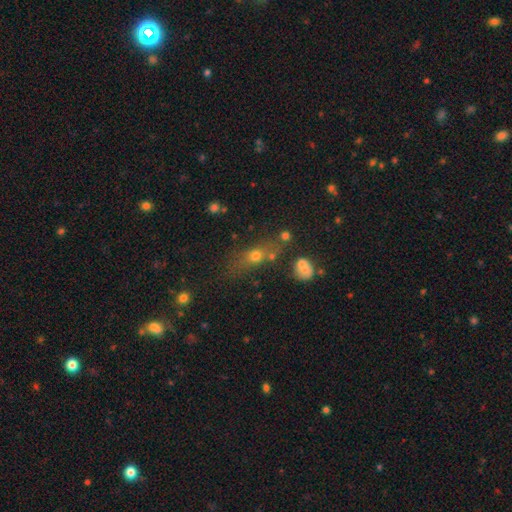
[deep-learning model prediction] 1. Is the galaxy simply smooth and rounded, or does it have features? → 61% smooth, 20% featured or disk, 19% star or artifact.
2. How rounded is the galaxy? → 47% in between, 29% round, 24% cigar-shaped.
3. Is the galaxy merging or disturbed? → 55% none, 17% minor disturbance, 16% merger, 12% major disturbance.